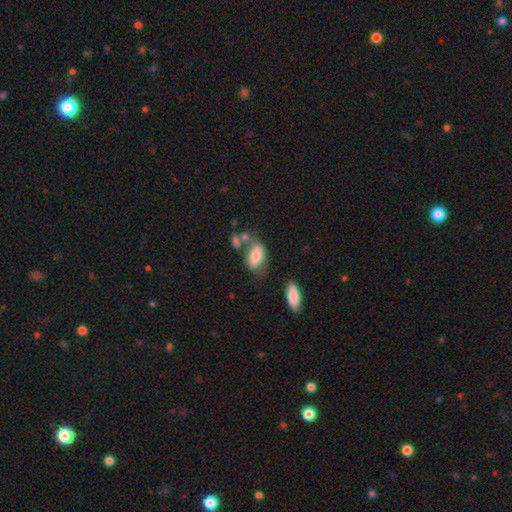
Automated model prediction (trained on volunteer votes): Smooth or featured?
  - smooth: 77% *
  - featured or disk: 16%
  - star or artifact: 7%
How rounded?
  - in between: 90% *
  - cigar-shaped: 5%
  - round: 5%
Merging?
  - none: 46% *
  - minor disturbance: 23%
  - merger: 20%
  - major disturbance: 11%